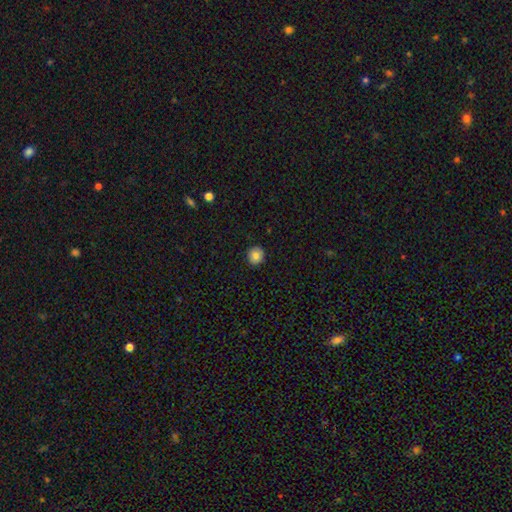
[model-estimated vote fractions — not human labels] This is clearly a smooth galaxy (81%). How rounded: clearly round (91%). Merging: clearly none (91%).